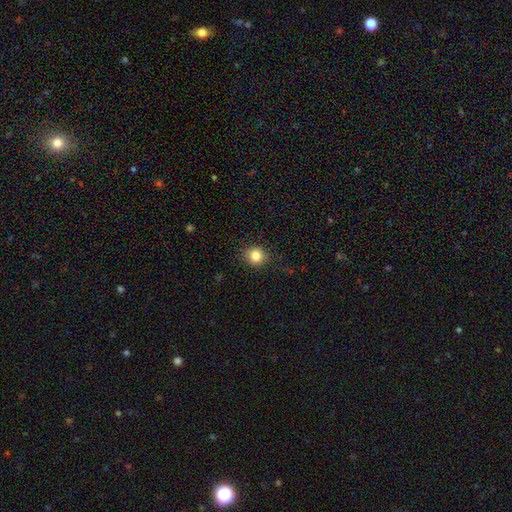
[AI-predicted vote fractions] Smooth or featured: smooth — 83% (star or artifact — 11%)
How rounded: round — 85% (in between — 14%)
Merging: none — 88% (minor disturbance — 8%)